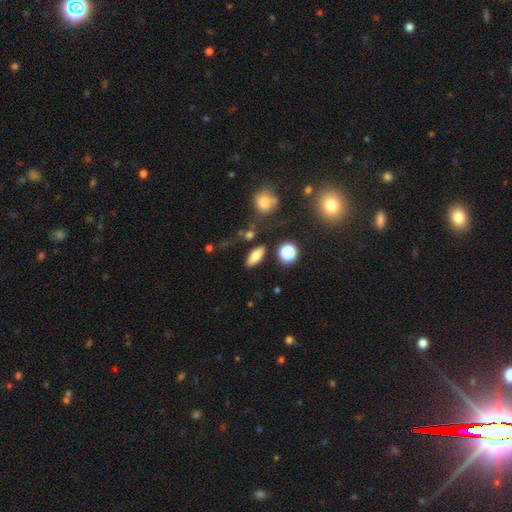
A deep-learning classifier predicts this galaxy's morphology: Smooth or featured? smooth (77%)
How rounded? in between (74%)
Merging? none (79%)